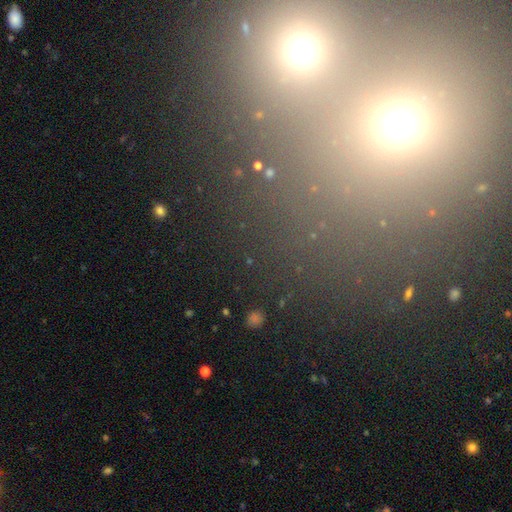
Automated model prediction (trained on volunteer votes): Smooth or featured? Predicted: star or artifact (p=0.47).